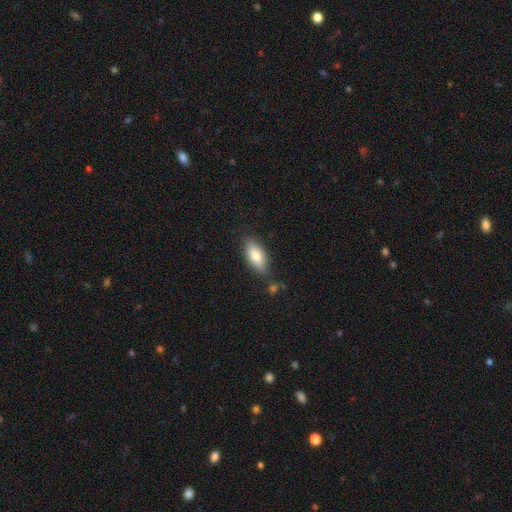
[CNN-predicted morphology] Smooth or featured?
  - smooth: 77% *
  - featured or disk: 16%
  - star or artifact: 7%
How rounded?
  - in between: 82% *
  - cigar-shaped: 16%
  - round: 3%
Merging?
  - none: 80% *
  - minor disturbance: 14%
  - merger: 4%
  - major disturbance: 3%